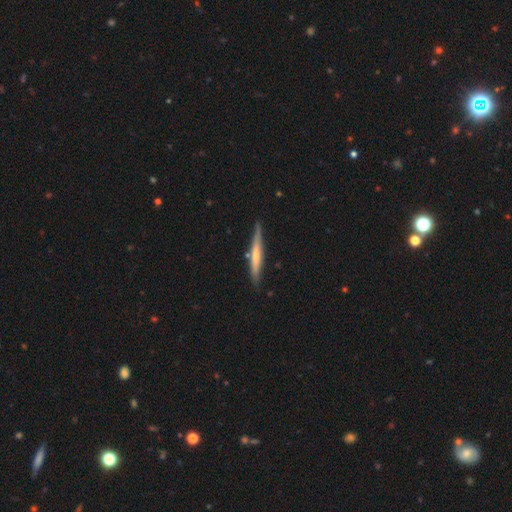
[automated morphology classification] This is possibly a smooth galaxy (50%). How rounded: clearly cigar-shaped (94%). Merging: likely none (80%).